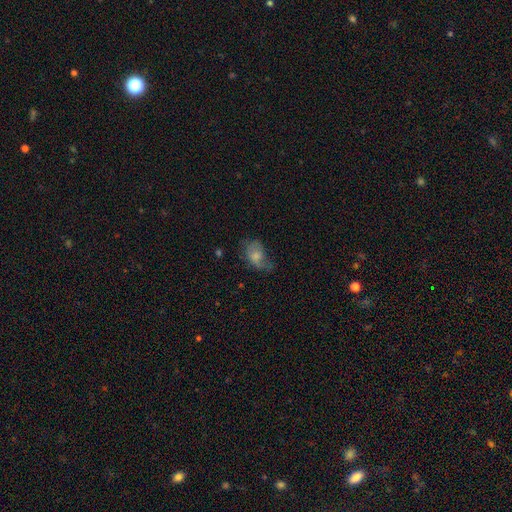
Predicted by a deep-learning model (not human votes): Smooth or featured: smooth — 62% (featured or disk — 29%)
How rounded: in between — 82% (round — 16%)
Merging: none — 33% (major disturbance — 32%)